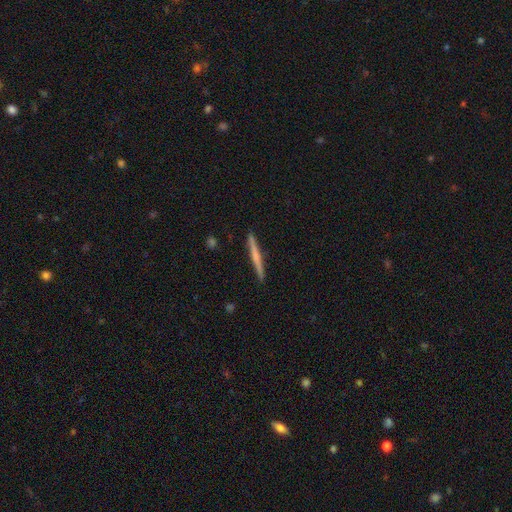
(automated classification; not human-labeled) A featured or disk galaxy (48%). Merging: none (91%).